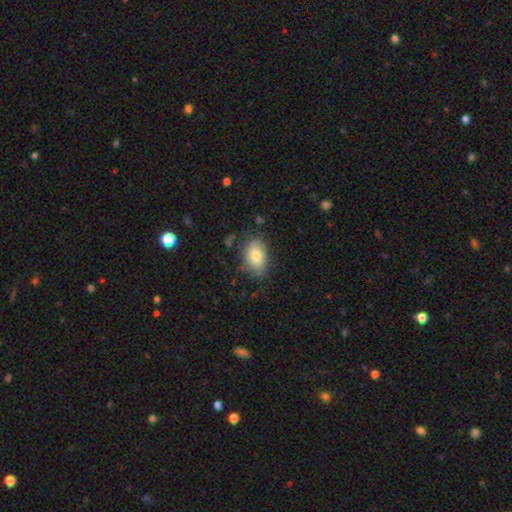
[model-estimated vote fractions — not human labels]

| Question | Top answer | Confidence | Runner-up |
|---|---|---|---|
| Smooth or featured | smooth | 79% | featured or disk (13%) |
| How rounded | in between | 86% | round (13%) |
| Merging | none | 72% | minor disturbance (20%) |